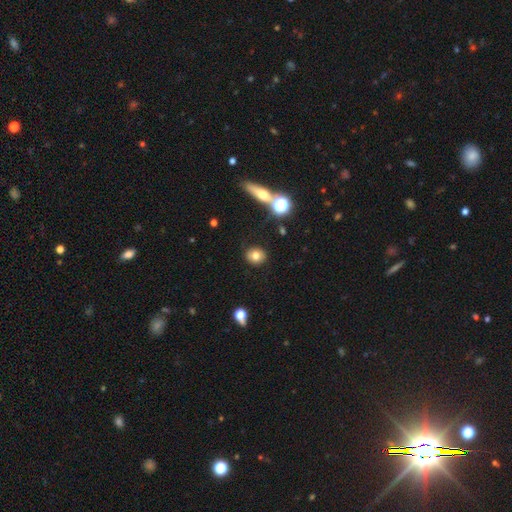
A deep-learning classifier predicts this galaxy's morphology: This is likely a smooth galaxy (76%). How rounded: likely round (76%). Merging: clearly none (87%).